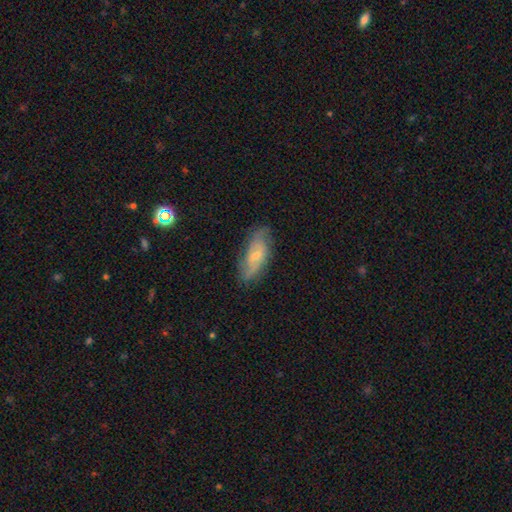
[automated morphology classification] Overall: featured or disk (56%; smooth 37%). Edge-on disk: no (86%). Merging: none (72%).